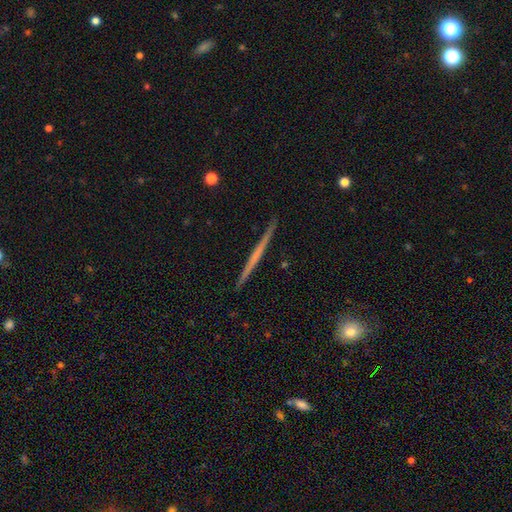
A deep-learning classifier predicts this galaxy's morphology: Q: Smooth or featured?
A: featured or disk (61%); runner-up: smooth (34%)
Q: Edge-on disk?
A: yes (98%); runner-up: no (2%)
Q: Edge-on bulge?
A: none (88%); runner-up: rounded (8%)
Q: Merging?
A: none (92%); runner-up: minor disturbance (6%)